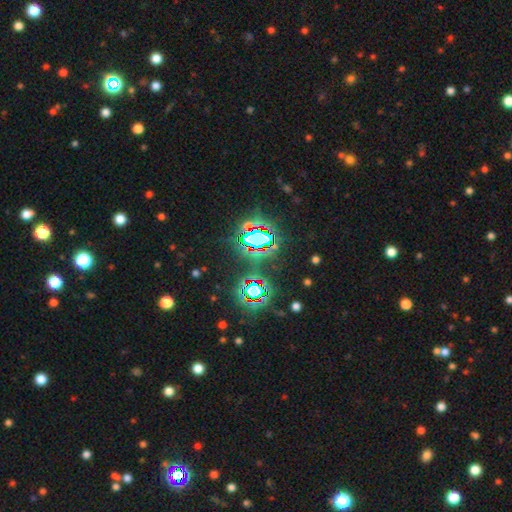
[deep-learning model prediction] Morphology: type=star or artifact (83%).